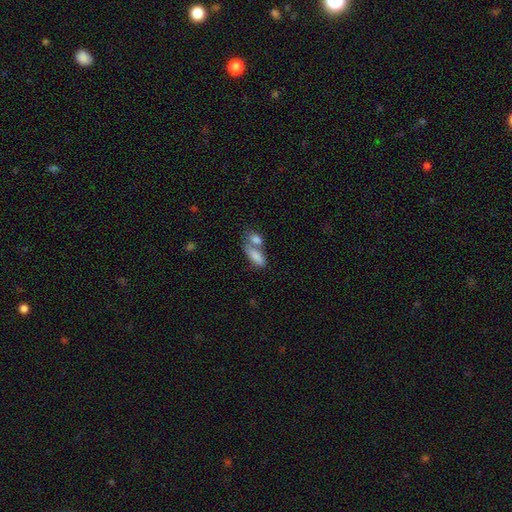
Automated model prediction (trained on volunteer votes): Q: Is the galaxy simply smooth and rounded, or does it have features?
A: smooth — 81%.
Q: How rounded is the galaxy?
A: in between — 77%.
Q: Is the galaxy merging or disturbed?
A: merger — 57%.